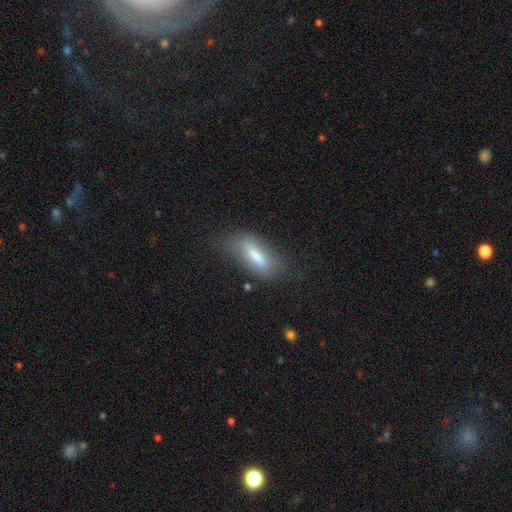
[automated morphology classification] A smooth galaxy with no disk features (69%) that is in between round and cigar-shaped (61%). Merging: none (64%).